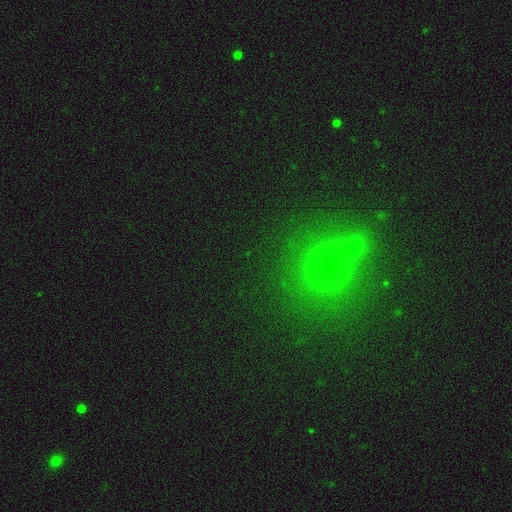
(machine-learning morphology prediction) Smooth or featured?
  - star or artifact: 51% *
  - smooth: 41%
  - featured or disk: 8%